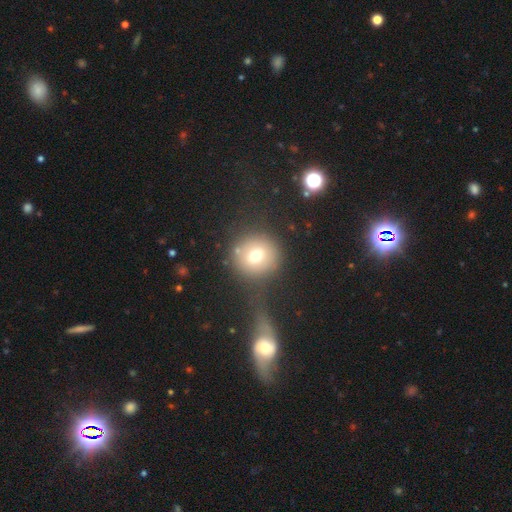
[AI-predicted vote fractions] Overall: smooth (70%). How rounded: round (91%). Merging: none (69%).